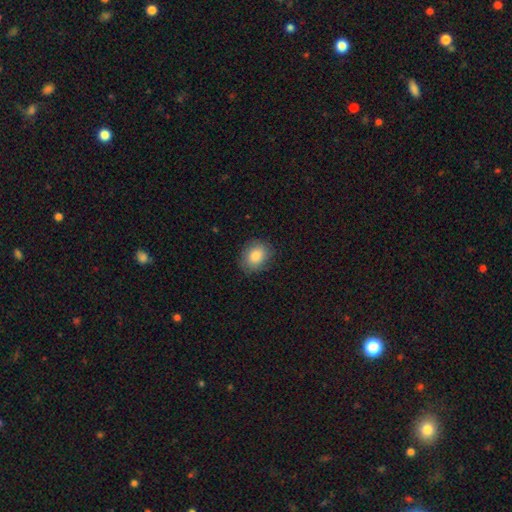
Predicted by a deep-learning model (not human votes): Smooth or featured: smooth — 83% (featured or disk — 9%)
How rounded: in between — 55% (round — 44%)
Merging: none — 82% (minor disturbance — 13%)